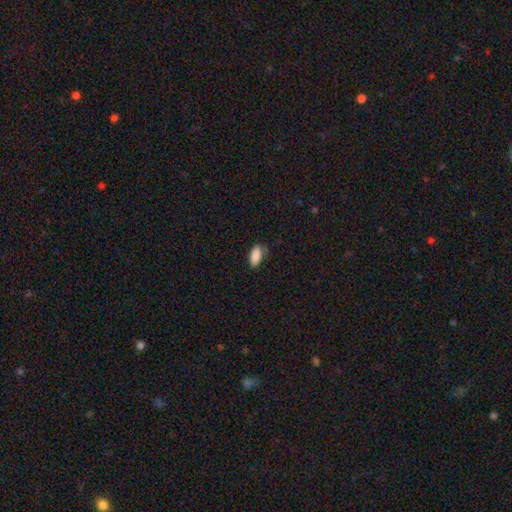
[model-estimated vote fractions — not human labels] smooth 89%, star or artifact 7%, featured or disk 4%. Down the decision tree: how rounded — in between (88%); merging — none (77%).